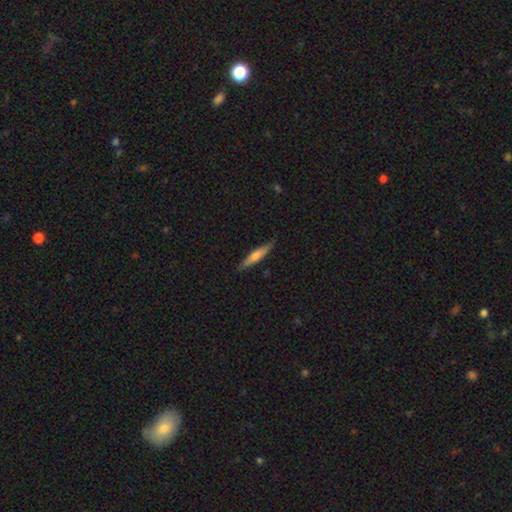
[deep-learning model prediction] smooth-or-featured: smooth: 58% | featured or disk: 36% | star or artifact: 6%
  how-rounded: cigar-shaped: 90% | in between: 8% | round: 2%
  merging: none: 87% | minor disturbance: 10% | major disturbance: 2% | merger: 1%